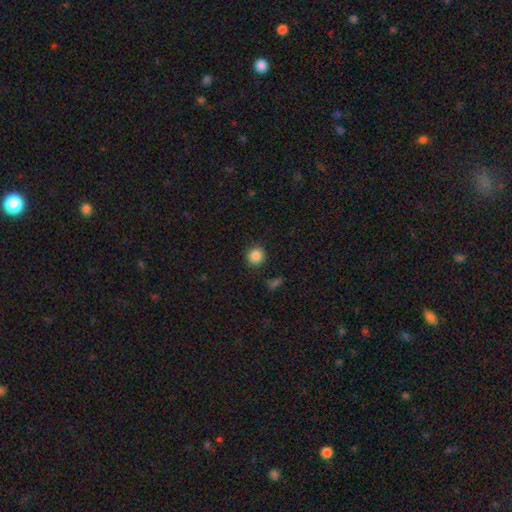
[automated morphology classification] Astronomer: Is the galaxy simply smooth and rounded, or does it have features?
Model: smooth — 86%.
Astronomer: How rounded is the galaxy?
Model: round — 89%.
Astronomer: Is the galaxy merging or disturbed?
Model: none — 88%.